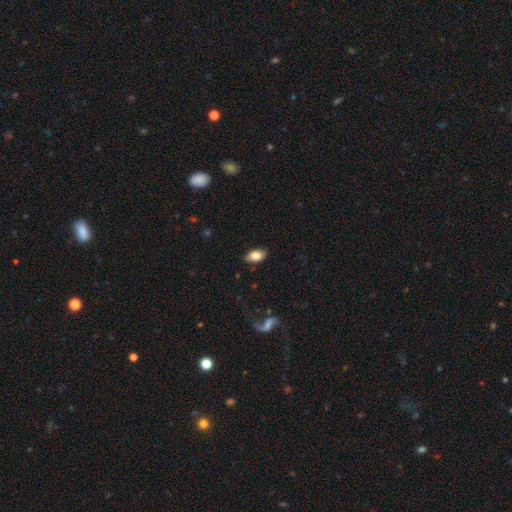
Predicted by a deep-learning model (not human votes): A smooth galaxy with no disk features (81%) that is in between round and cigar-shaped (91%).

Vote fractions:
- Smooth or featured? smooth: 81% / featured or disk: 12% / star or artifact: 7%
- How rounded? in between: 91% / round: 5% / cigar-shaped: 3%
- Merging? none: 85% / minor disturbance: 11% / major disturbance: 2% / merger: 1%